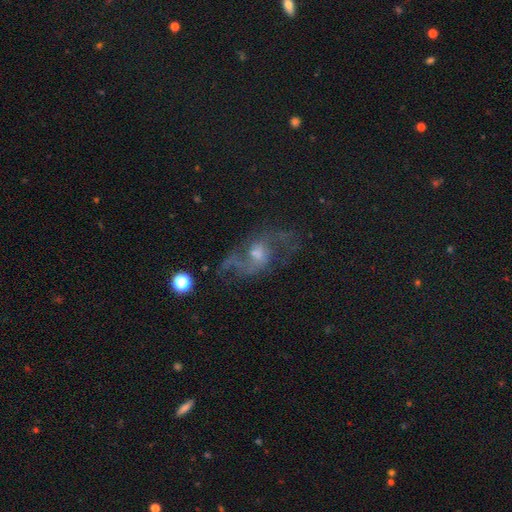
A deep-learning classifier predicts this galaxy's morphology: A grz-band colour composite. It shows a featured or disk galaxy (68%) with no bar (59%), spiral arms (75%) and a moderate central bulge (43%). Merging: none (48%).